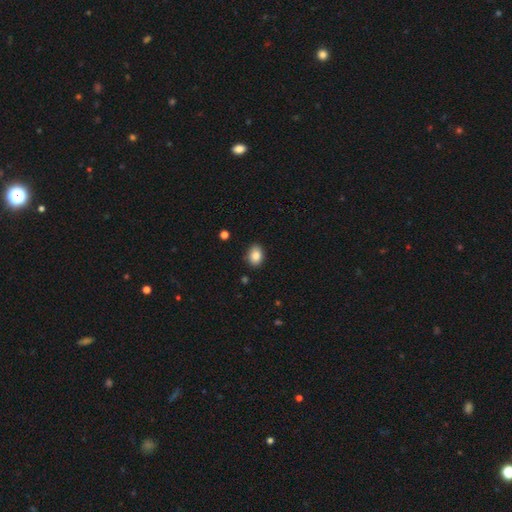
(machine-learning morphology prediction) A smooth galaxy with no disk features (85%) that is in between round and cigar-shaped (69%). Merging: none (87%).